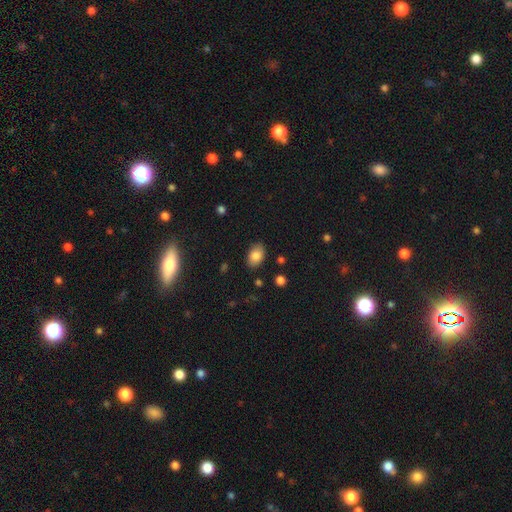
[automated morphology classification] The model was most divided on "merging": none: 84%, minor disturbance: 11%, major disturbance: 3%, merger: 2%. More confident: how rounded — in between (87%); smooth or featured — smooth (84%).